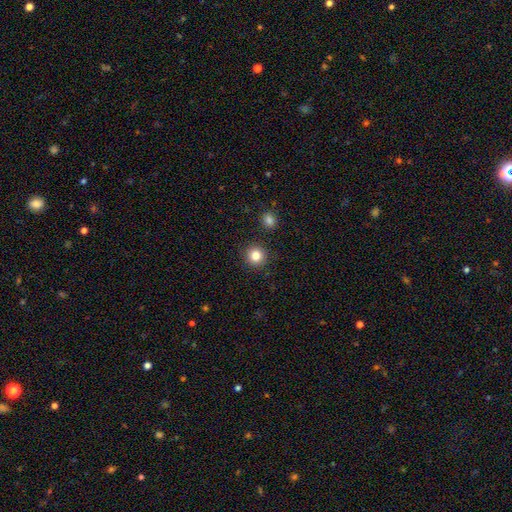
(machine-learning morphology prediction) smooth-or-featured: smooth: 83% | star or artifact: 11% | featured or disk: 5%
  how-rounded: round: 94% | in between: 5% | cigar-shaped: 1%
  merging: none: 90% | minor disturbance: 5% | merger: 2% | major disturbance: 2%